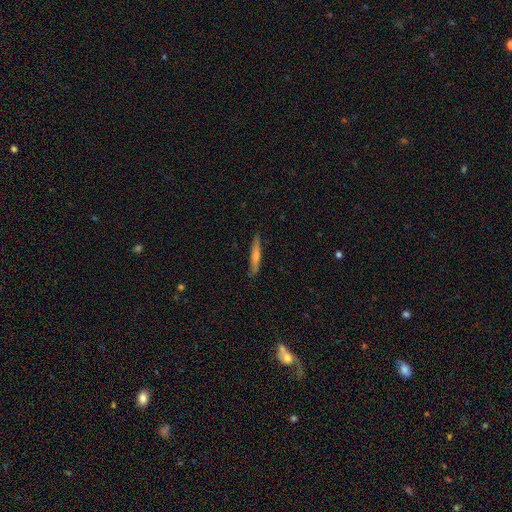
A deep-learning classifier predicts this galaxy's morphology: smooth-or-featured: smooth: 51% | featured or disk: 43% | star or artifact: 6%
  how-rounded: cigar-shaped: 94% | in between: 4% | round: 2%
  merging: none: 88% | minor disturbance: 10% | major disturbance: 2% | merger: 1%